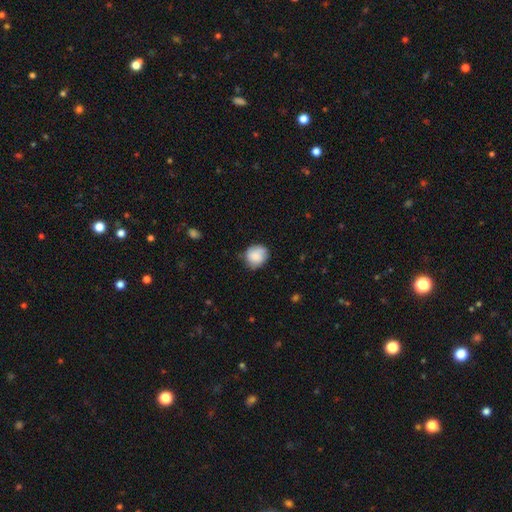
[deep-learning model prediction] smooth 80%, featured or disk 12%, star or artifact 7%. Down the decision tree: how rounded — round (78%); merging — none (73%).